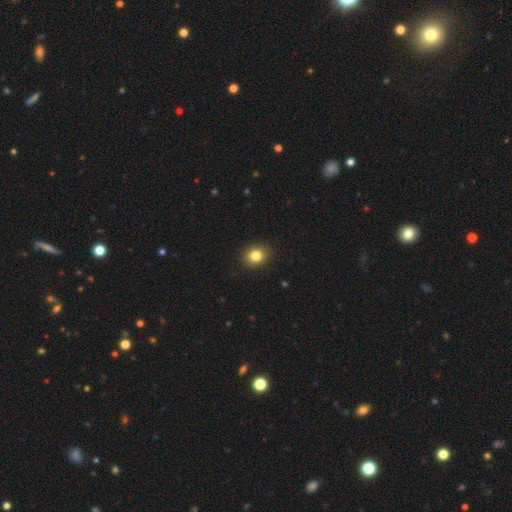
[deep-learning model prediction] A smooth galaxy with no disk features (83%) that is round (52%). Merging: none (89%).